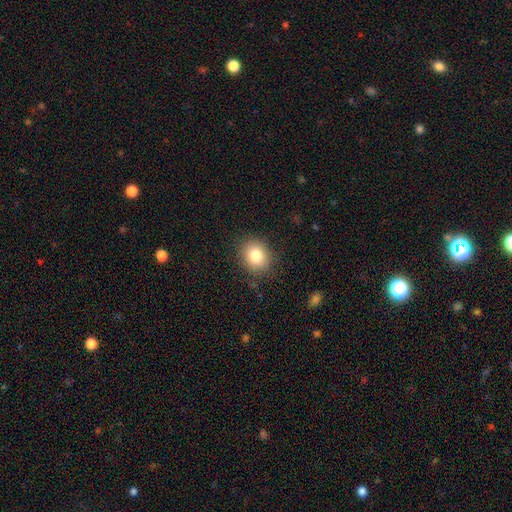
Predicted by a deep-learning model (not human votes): This appears to be a smooth galaxy with no disk features (82%) that is round (70%). Merging: none (86%).